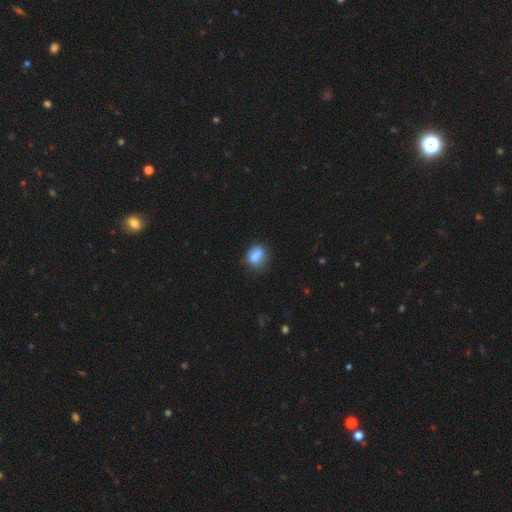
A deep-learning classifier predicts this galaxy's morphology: Overall: smooth (78%). How rounded: in between (55%; round 41%). Merging: none (62%; minor disturbance 23%).